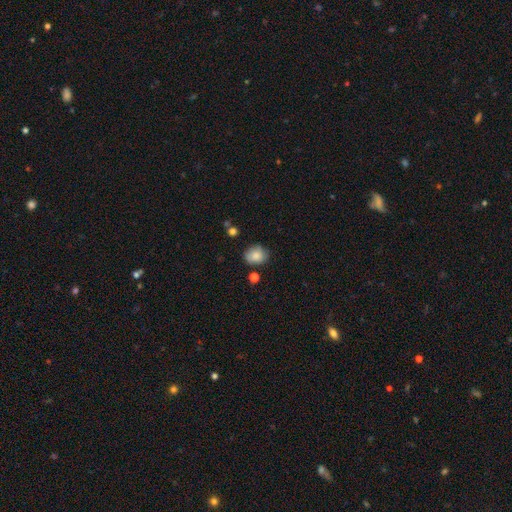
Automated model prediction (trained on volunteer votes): Q: Smooth or featured?
A: smooth (83%); runner-up: featured or disk (8%)
Q: How rounded?
A: round (53%); runner-up: in between (46%)
Q: Merging?
A: none (75%); runner-up: minor disturbance (18%)